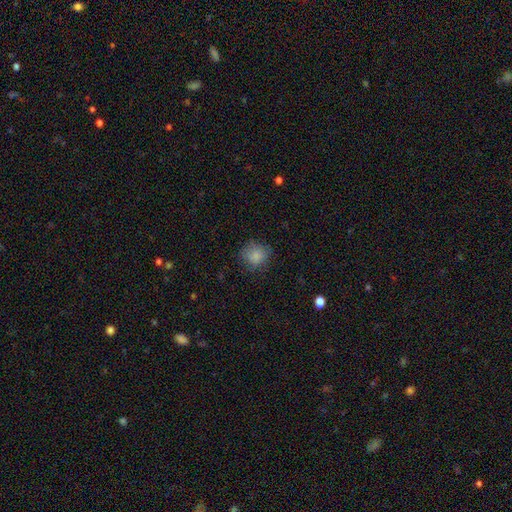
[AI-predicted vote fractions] Smooth or featured: smooth — 83% (star or artifact — 10%)
How rounded: round — 77% (in between — 22%)
Merging: none — 73% (minor disturbance — 20%)